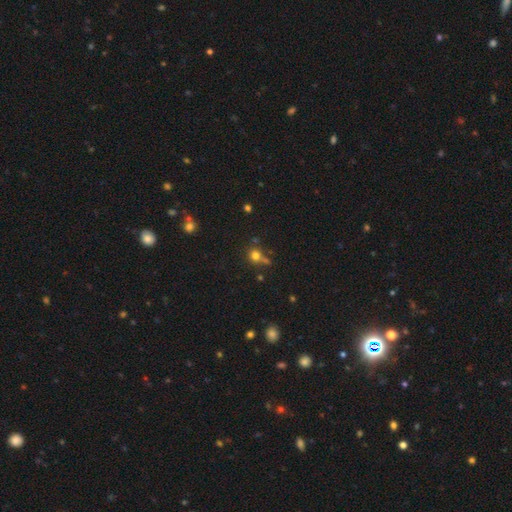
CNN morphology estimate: Smooth or featured? Predicted: smooth (p=0.74). How rounded? Predicted: round (p=0.87). Merging? Predicted: none (p=0.61).